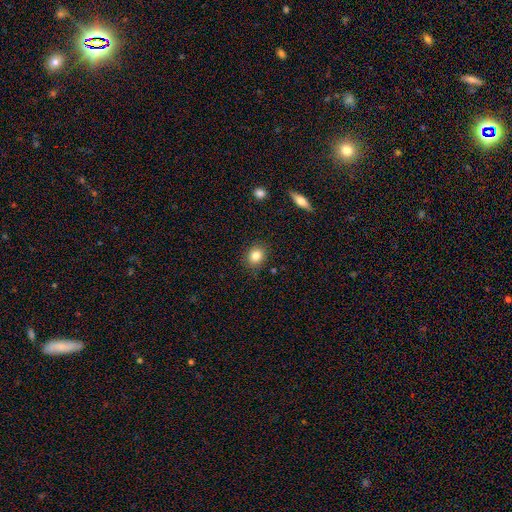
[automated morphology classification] Smooth or featured?
  - smooth: 82% *
  - star or artifact: 10%
  - featured or disk: 7%
How rounded?
  - round: 70% *
  - in between: 29%
  - cigar-shaped: 1%
Merging?
  - none: 88% *
  - minor disturbance: 8%
  - major disturbance: 2%
  - merger: 1%